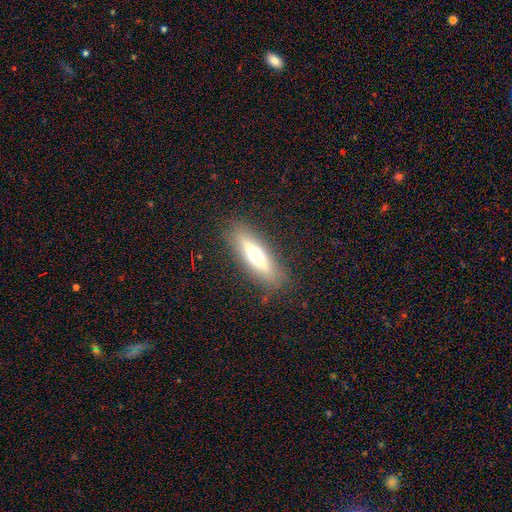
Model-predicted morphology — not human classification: Q: Smooth or featured?
A: featured or disk (55%); runner-up: smooth (36%)
Q: Edge-on disk?
A: yes (88%); runner-up: no (12%)
Q: Merging?
A: none (86%); runner-up: minor disturbance (9%)